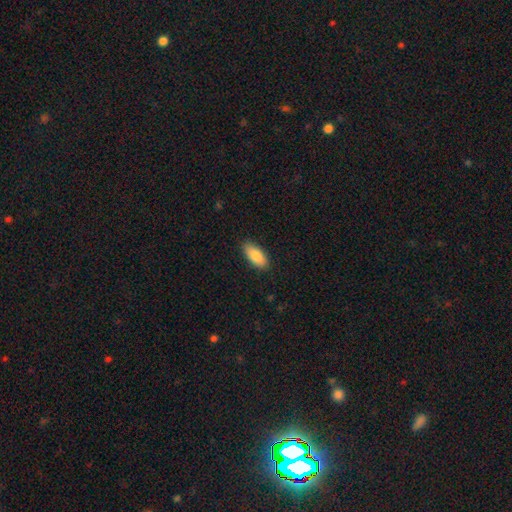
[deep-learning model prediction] Morphology: type=smooth (87%); roundness=in between (85%); merging=none (87%).